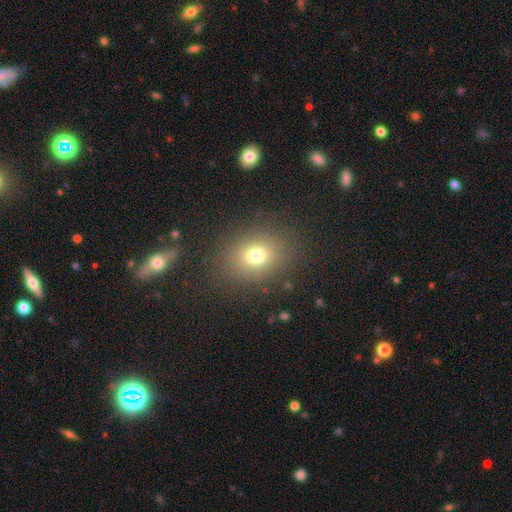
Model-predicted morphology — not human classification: The model was most divided on "how rounded": round: 54%, in between: 45%, cigar-shaped: 1%. More confident: merging — none (84%); smooth or featured — smooth (72%).